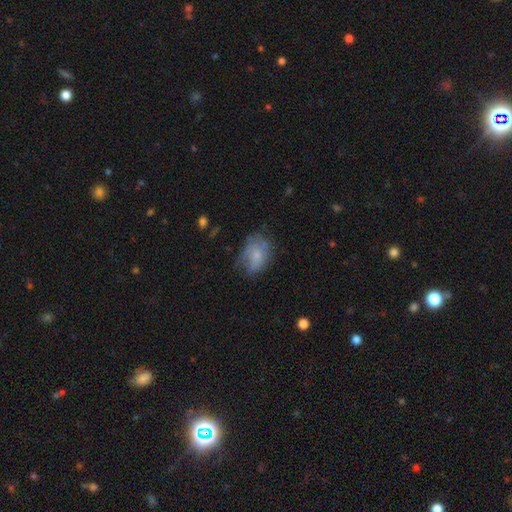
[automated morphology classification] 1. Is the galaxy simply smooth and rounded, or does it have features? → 61% smooth, 31% featured or disk, 8% star or artifact.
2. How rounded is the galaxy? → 76% in between, 22% round, 1% cigar-shaped.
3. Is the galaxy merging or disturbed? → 44% none, 33% minor disturbance, 21% major disturbance, 2% merger.